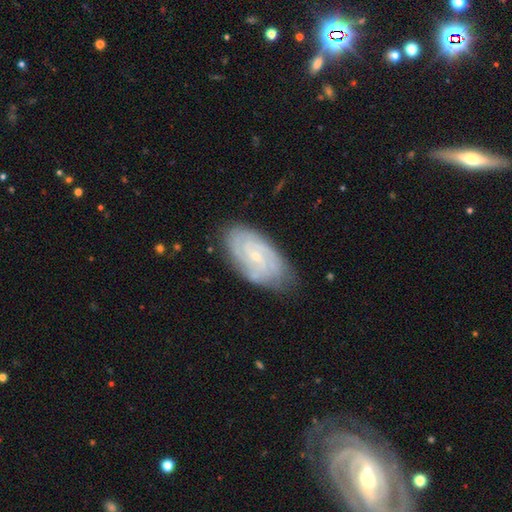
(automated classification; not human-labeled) Smooth or featured? Predicted: featured or disk (p=0.81). Edge-on disk? Predicted: no (p=0.96). Bar? Predicted: no (p=0.59). Spiral arms? Predicted: yes (p=0.96). Spiral winding? Predicted: tight (p=0.68). Spiral arm count? Predicted: can't tell (p=0.31). Bulge size? Predicted: small (p=0.79). Merging? Predicted: none (p=0.78).